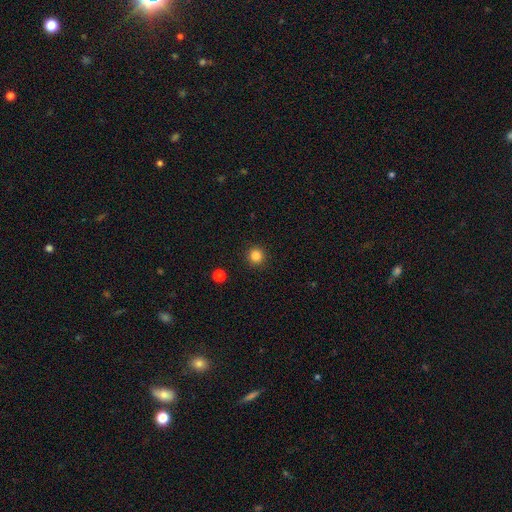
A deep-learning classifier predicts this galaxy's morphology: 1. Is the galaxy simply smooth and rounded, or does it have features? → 84% smooth, 12% star or artifact, 4% featured or disk.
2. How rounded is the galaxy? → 95% round, 4% in between, 1% cigar-shaped.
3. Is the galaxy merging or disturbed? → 92% none, 5% minor disturbance, 2% major disturbance, 1% merger.